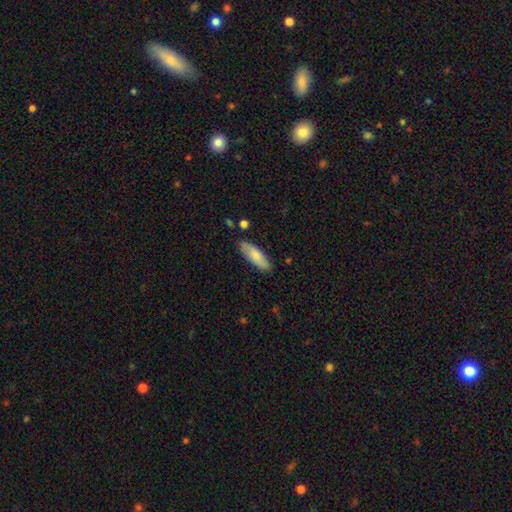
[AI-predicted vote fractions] Morphology: type=smooth (77%); roundness=in between (58%); merging=none (85%).